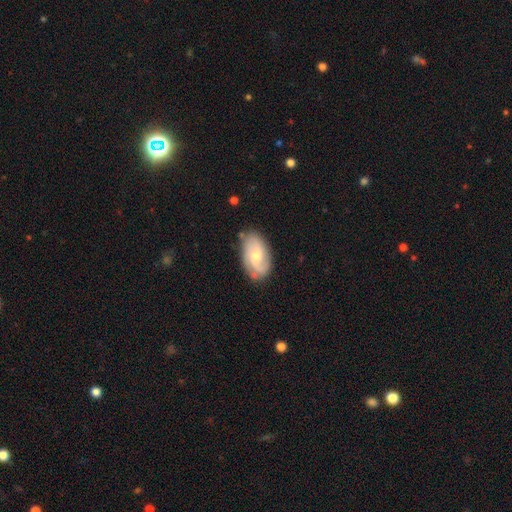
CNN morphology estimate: A featured or disk galaxy (64%) with no bar (56%), 2 (69%) medium (42%) spiral arms (89%) and a small central bulge (48%).

Vote fractions:
- Smooth or featured? featured or disk: 64% / smooth: 30% / star or artifact: 6%
- Edge-on disk? no: 95% / yes: 5%
- Bar? no: 56% / weak: 38% / strong: 5%
- Spiral arms? yes: 89% / no: 11%
- Spiral winding? medium: 42% / loose: 35% / tight: 23%
- Spiral arm count? 2: 69% / can't tell: 15% / 3: 7% / 1: 5% / 4: 2% / more than 4: 2%
- Bulge size? small: 48% / moderate: 47% / large: 2% / none: 2% / dominant: 1%
- Merging? none: 72% / minor disturbance: 19% / major disturbance: 5% / merger: 3%